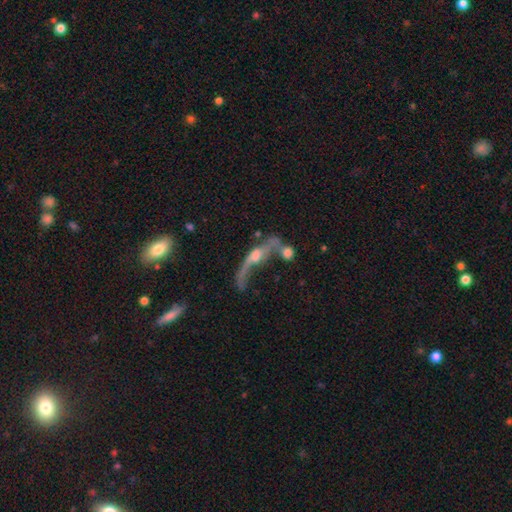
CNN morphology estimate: A featured or disk galaxy (75%).

Vote fractions:
- Smooth or featured? featured or disk: 75% / smooth: 15% / star or artifact: 10%
- Edge-on disk? no: 59% / yes: 41%
- Merging? merger: 30% / major disturbance: 29% / none: 27% / minor disturbance: 14%